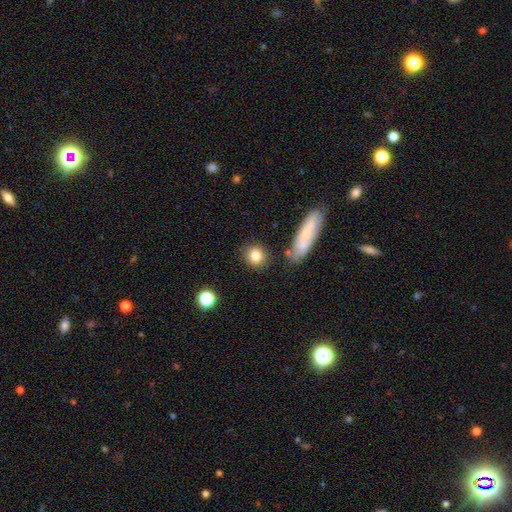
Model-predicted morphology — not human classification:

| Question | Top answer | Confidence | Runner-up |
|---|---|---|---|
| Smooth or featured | smooth | 82% | star or artifact (9%) |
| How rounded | round | 81% | in between (16%) |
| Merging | none | 83% | minor disturbance (9%) |